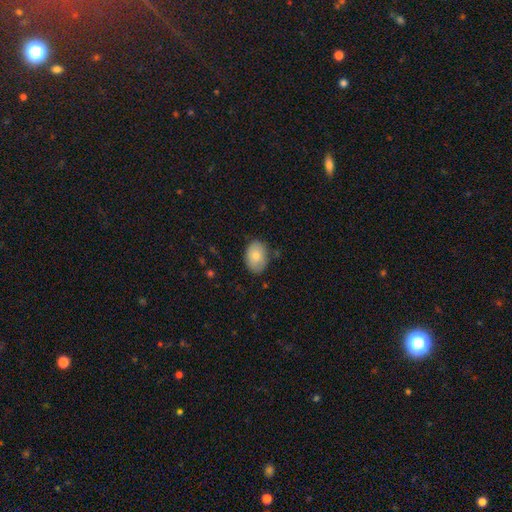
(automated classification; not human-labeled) Smooth or featured? Predicted: smooth (p=0.79). How rounded? Predicted: in between (p=0.81). Merging? Predicted: none (p=0.78).